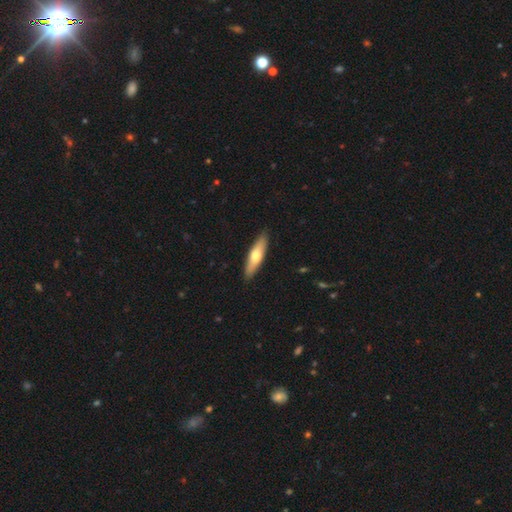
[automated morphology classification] Smooth or featured? smooth (57%)
How rounded? cigar-shaped (70%)
Merging? none (89%)